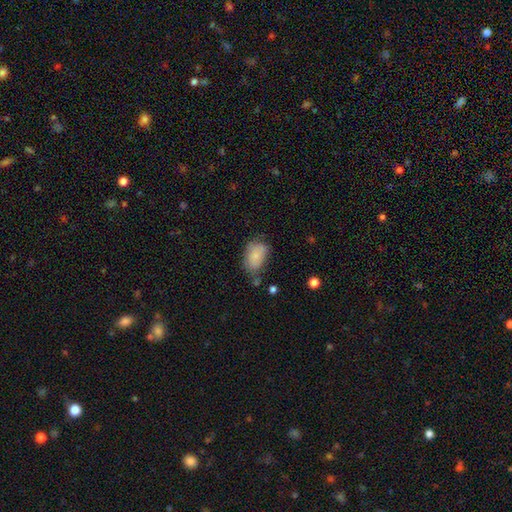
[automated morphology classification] A smooth galaxy with no disk features (80%) that is in between round and cigar-shaped (88%). Merging: none (50%).